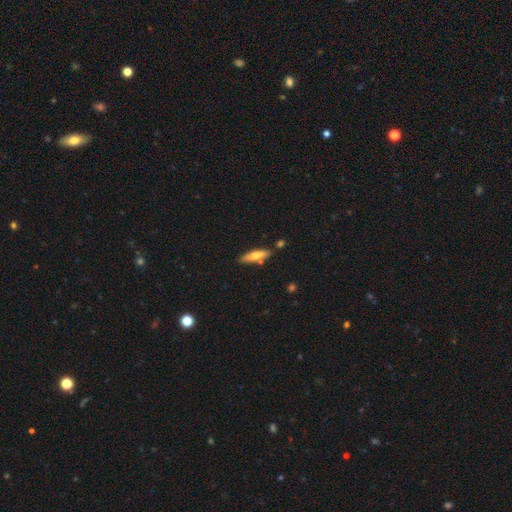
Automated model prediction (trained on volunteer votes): This is possibly a smooth galaxy (58%). How rounded: likely cigar-shaped (63%). Merging: likely none (77%).